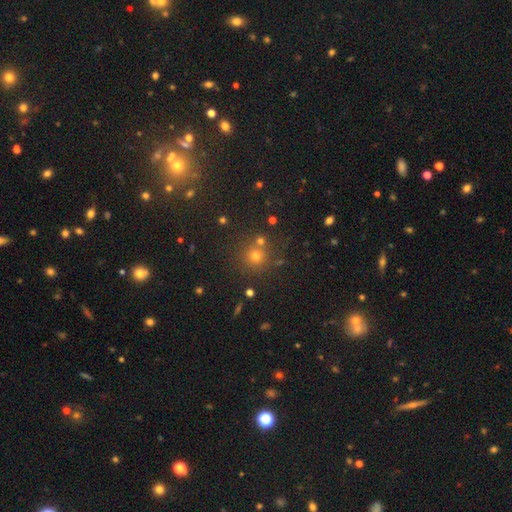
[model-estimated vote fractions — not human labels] smooth-or-featured: smooth: 64% | star or artifact: 28% | featured or disk: 8%
  how-rounded: round: 93% | in between: 6% | cigar-shaped: 1%
  merging: none: 76% | merger: 12% | minor disturbance: 8% | major disturbance: 3%